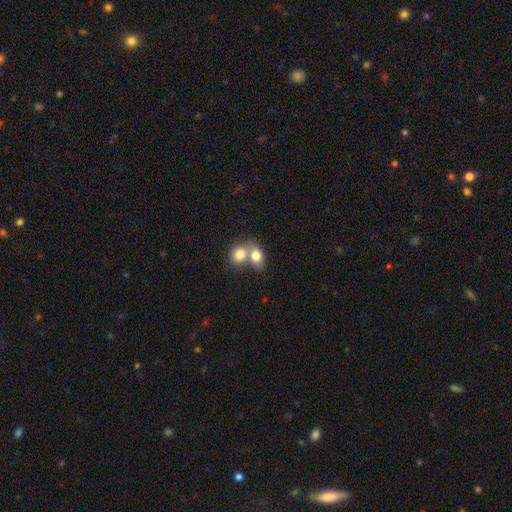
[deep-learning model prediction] smooth-or-featured: smooth: 79% | featured or disk: 14% | star or artifact: 8%
  how-rounded: in between: 63% | round: 36% | cigar-shaped: 2%
  merging: merger: 67% | none: 23% | minor disturbance: 6% | major disturbance: 3%